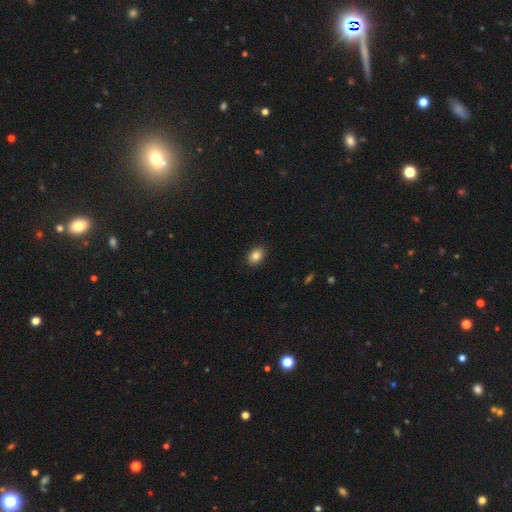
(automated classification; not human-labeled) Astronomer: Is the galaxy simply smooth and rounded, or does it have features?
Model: smooth — 85%.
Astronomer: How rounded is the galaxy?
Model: in between — 76%.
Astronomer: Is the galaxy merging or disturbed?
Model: none — 90%.